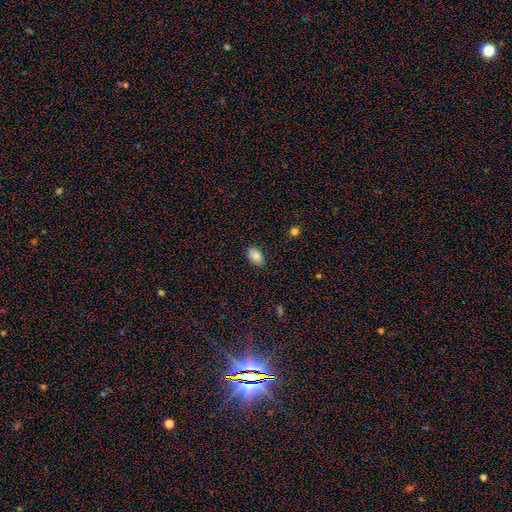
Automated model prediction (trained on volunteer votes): A smooth galaxy with no disk features (86%) that is in between round and cigar-shaped (89%). Merging: none (86%).